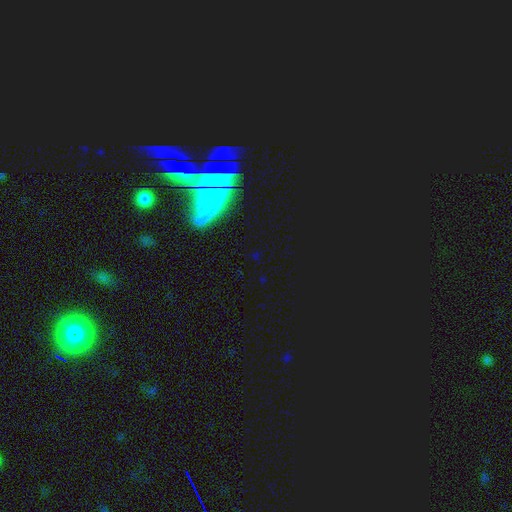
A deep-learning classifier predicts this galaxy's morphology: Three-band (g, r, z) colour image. It shows a star or artifact, not a galaxy (56%).